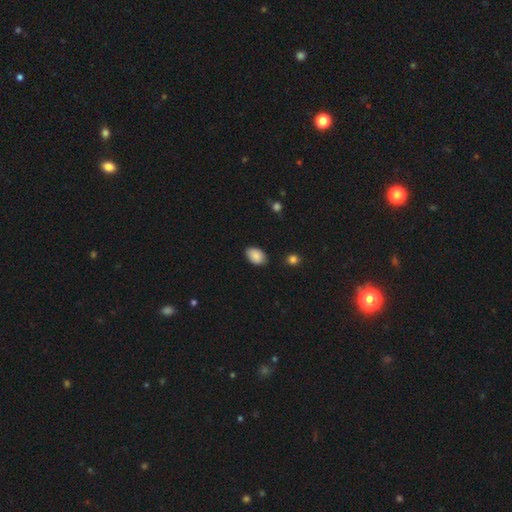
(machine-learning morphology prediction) A smooth galaxy with no disk features (88%) that is in between round and cigar-shaped (86%). Merging: none (84%).